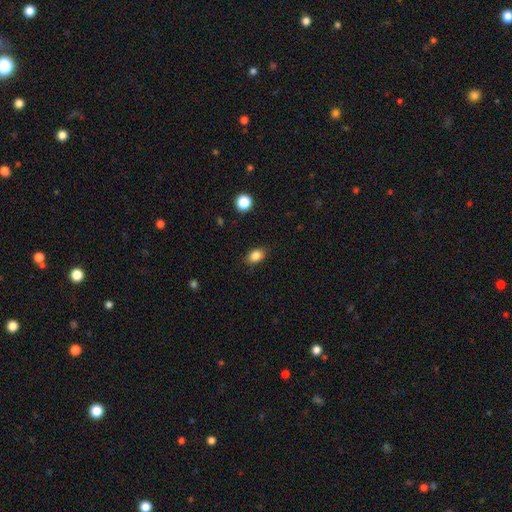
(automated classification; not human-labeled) smooth-or-featured: smooth: 85% | star or artifact: 10% | featured or disk: 5%
  how-rounded: in between: 76% | round: 23% | cigar-shaped: 1%
  merging: none: 85% | minor disturbance: 11% | major disturbance: 3% | merger: 1%